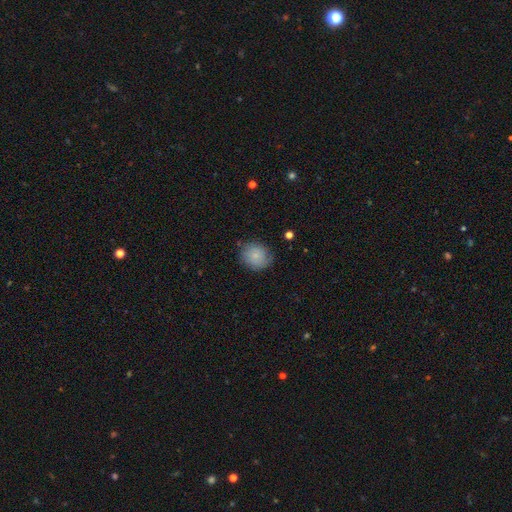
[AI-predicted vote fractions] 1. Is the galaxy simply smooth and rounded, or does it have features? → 78% smooth, 14% featured or disk, 8% star or artifact.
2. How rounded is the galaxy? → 78% round, 21% in between, 1% cigar-shaped.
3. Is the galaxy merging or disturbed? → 76% none, 18% minor disturbance, 4% major disturbance, 1% merger.